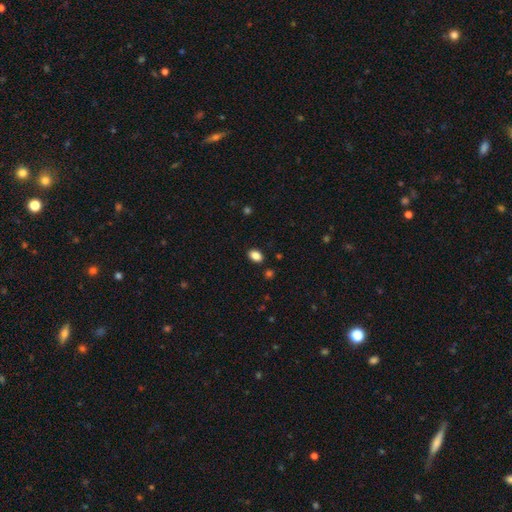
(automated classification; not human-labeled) Smooth or featured?
  - smooth: 86% *
  - star or artifact: 10%
  - featured or disk: 4%
How rounded?
  - in between: 84% *
  - round: 14%
  - cigar-shaped: 1%
Merging?
  - none: 88% *
  - minor disturbance: 8%
  - major disturbance: 2%
  - merger: 2%